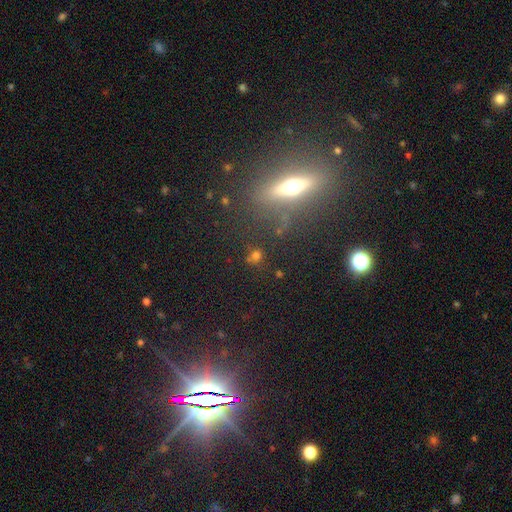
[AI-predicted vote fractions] This is marginally a smooth galaxy (37%). Merging: likely none (80%).